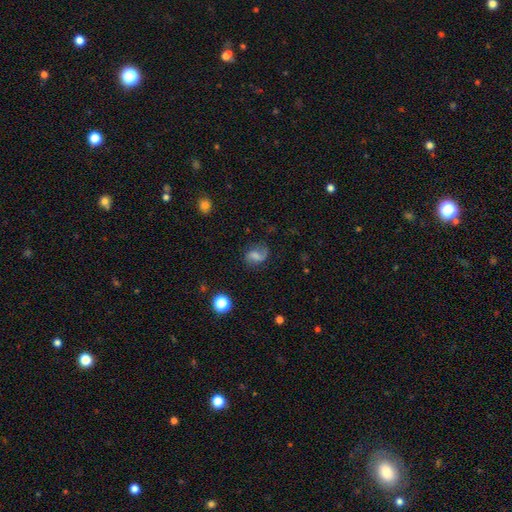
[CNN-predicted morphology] smooth-or-featured: featured or disk: 49% | smooth: 38% | star or artifact: 13%
  merging: none: 65% | minor disturbance: 20% | major disturbance: 12% | merger: 2%